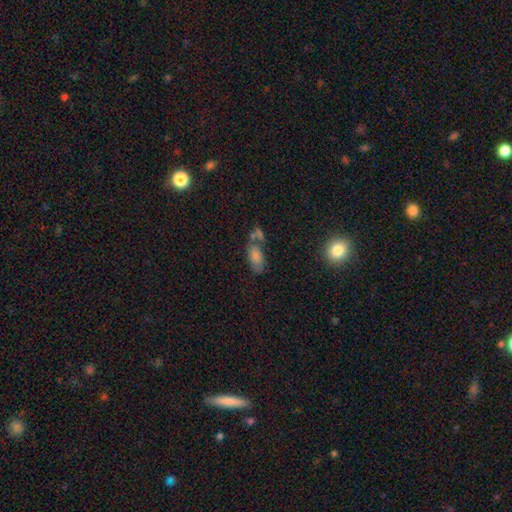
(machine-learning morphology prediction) Smooth or featured? Predicted: smooth (p=0.71). How rounded? Predicted: in between (p=0.88). Merging? Predicted: none (p=0.40).